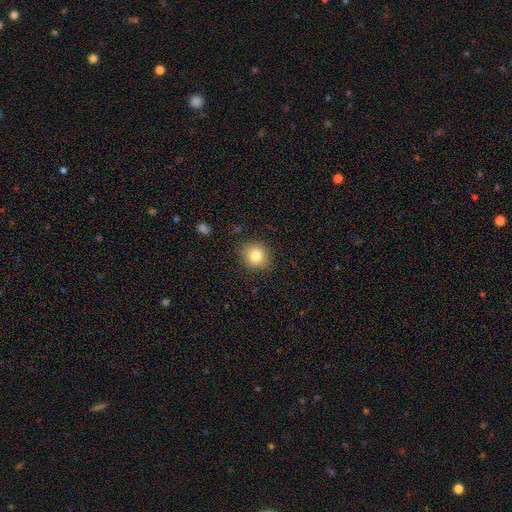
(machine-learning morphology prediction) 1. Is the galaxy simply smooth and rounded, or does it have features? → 79% smooth, 11% star or artifact, 9% featured or disk.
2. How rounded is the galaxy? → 87% round, 12% in between, 1% cigar-shaped.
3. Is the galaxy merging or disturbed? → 87% none, 10% minor disturbance, 3% major disturbance, 1% merger.